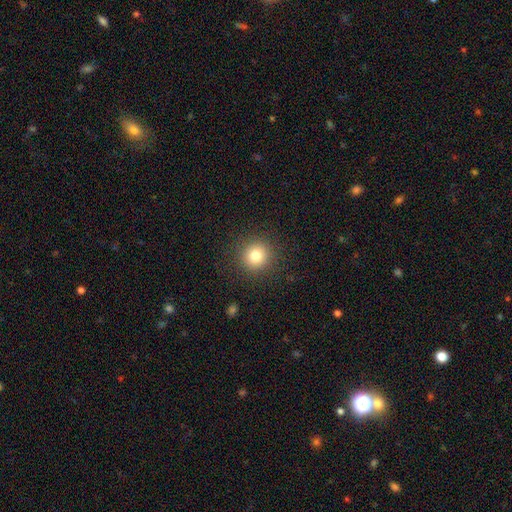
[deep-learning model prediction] Morphology: type=smooth (80%); roundness=round (94%); merging=none (91%).